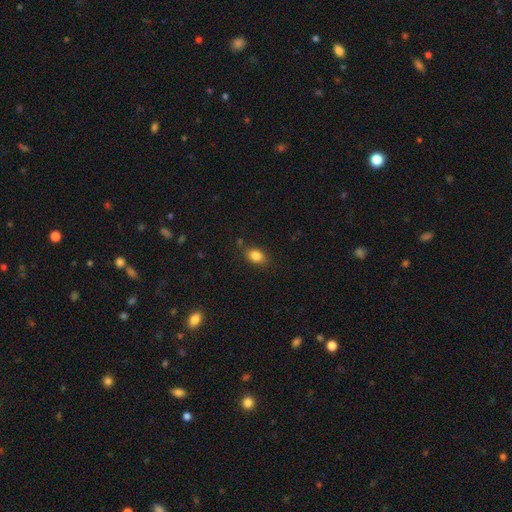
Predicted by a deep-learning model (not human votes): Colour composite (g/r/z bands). It shows a smooth galaxy with no disk features (85%) that is in between round and cigar-shaped (77%). Merging: none (80%).